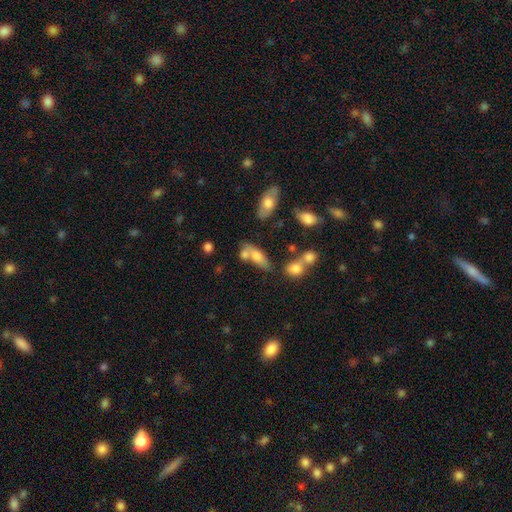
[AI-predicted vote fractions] Overall: smooth (69%). How rounded: in between (75%). Merging: merger (41%; none 36%).